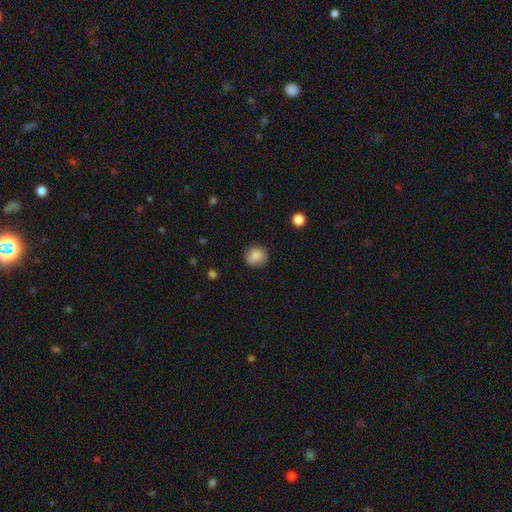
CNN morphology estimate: smooth-or-featured: smooth: 87% | star or artifact: 9% | featured or disk: 4%
  how-rounded: round: 77% | in between: 22% | cigar-shaped: 1%
  merging: none: 83% | minor disturbance: 13% | major disturbance: 3% | merger: 1%